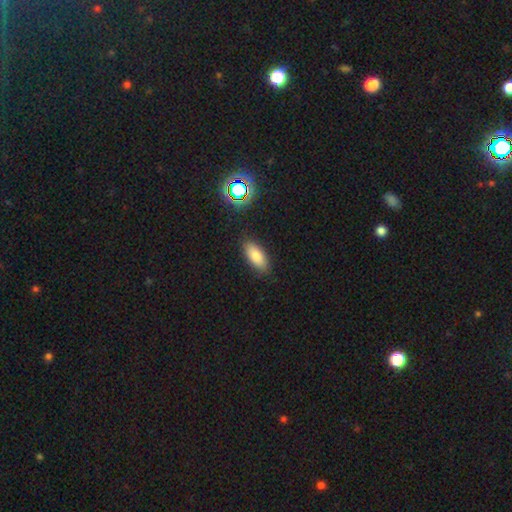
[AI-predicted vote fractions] Overall: smooth (81%). How rounded: in between (85%). Merging: none (86%).